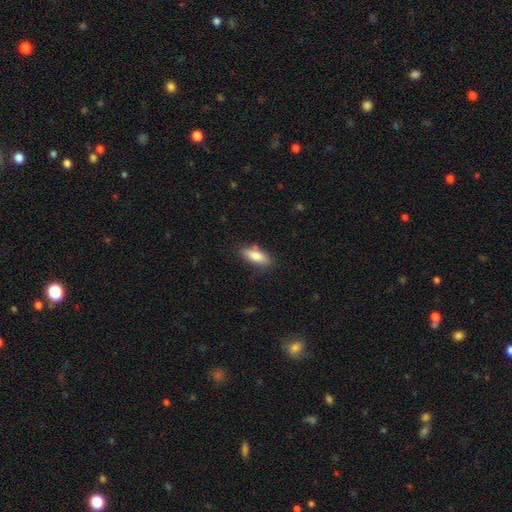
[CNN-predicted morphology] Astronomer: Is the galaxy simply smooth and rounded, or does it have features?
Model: smooth — 83%.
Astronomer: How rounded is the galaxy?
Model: in between — 73%.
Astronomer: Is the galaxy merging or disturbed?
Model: none — 79%.